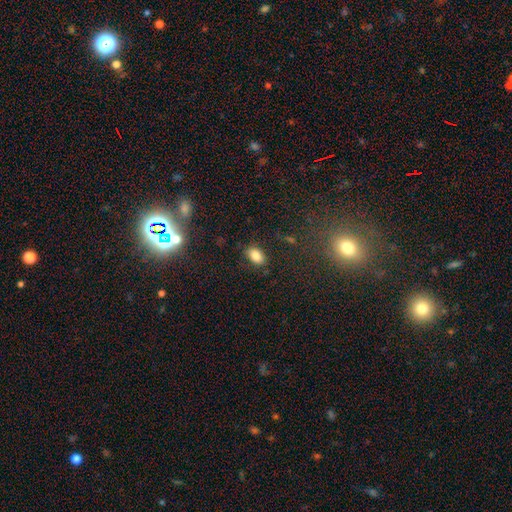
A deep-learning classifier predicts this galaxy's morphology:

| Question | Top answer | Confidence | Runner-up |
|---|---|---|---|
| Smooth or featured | smooth | 83% | star or artifact (10%) |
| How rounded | in between | 88% | round (10%) |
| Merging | none | 82% | minor disturbance (13%) |